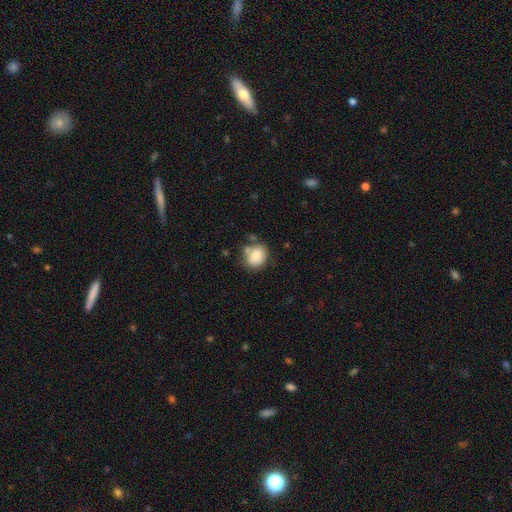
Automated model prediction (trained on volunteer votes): This appears to be a smooth galaxy with no disk features (84%) that is round (57%). Merging: none (64%).